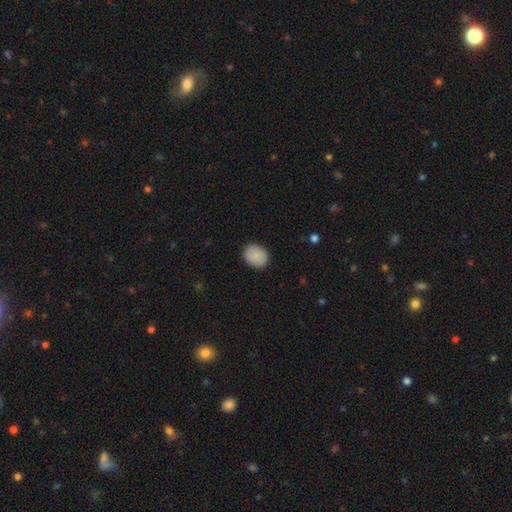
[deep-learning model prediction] A smooth galaxy with no disk features (88%) that is round (51%). Merging: none (89%).